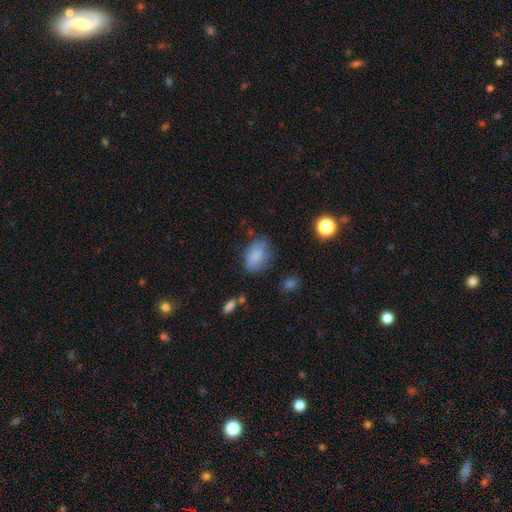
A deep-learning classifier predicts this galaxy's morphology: Smooth or featured? Predicted: smooth (p=0.81). How rounded? Predicted: in between (p=0.83). Merging? Predicted: none (p=0.63).